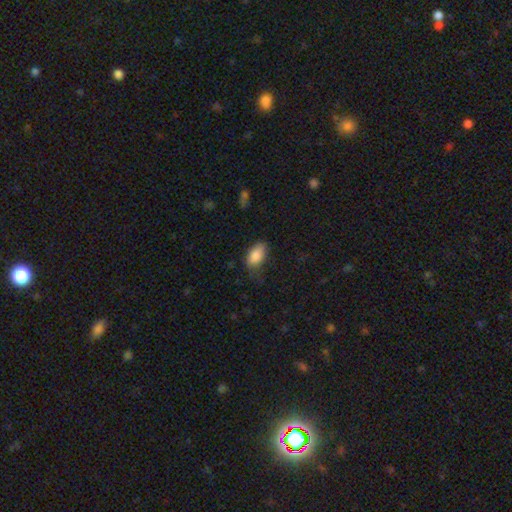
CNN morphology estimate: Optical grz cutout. It shows a smooth galaxy with no disk features (87%) that is in between round and cigar-shaped (92%). Merging: none (55%).